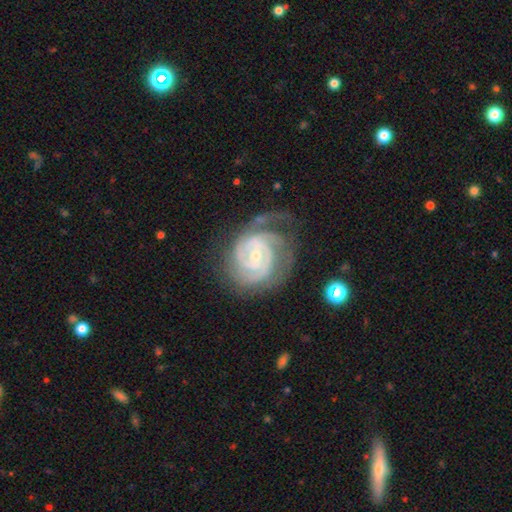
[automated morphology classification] featured or disk 90%, smooth 5%, star or artifact 5%. Down the decision tree: edge-on disk — no (98%); bar — no (55%); spiral arms — yes (98%); spiral arm count — 2 (36%); spiral winding — tight (74%); bulge size — small (65%); merging — none (60%).